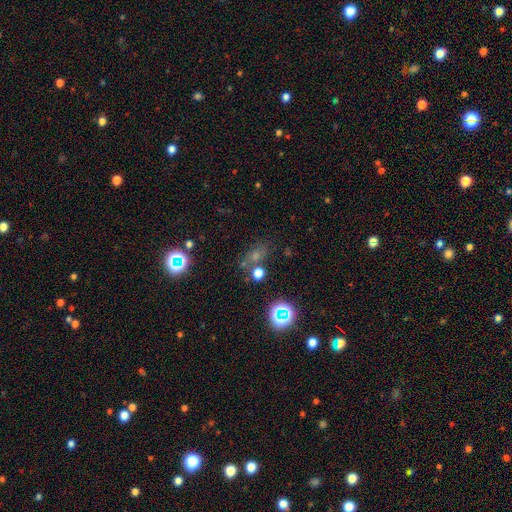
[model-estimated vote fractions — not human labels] Smooth or featured: star or artifact — 43% (tied with smooth — 43%)